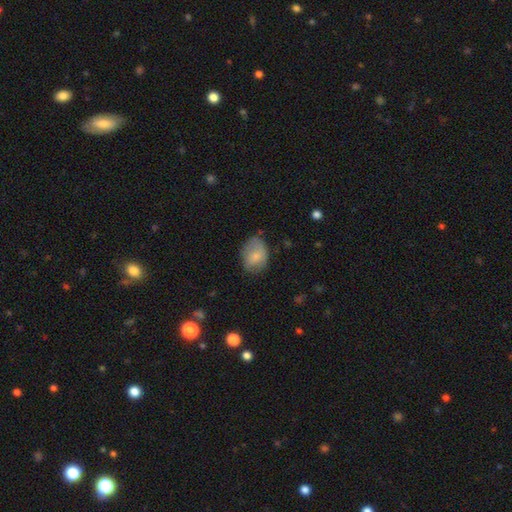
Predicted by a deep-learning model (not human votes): A smooth galaxy with no disk features (73%) that is in between round and cigar-shaped (71%).

Vote fractions:
- Smooth or featured? smooth: 73% / featured or disk: 20% / star or artifact: 7%
- How rounded? in between: 71% / round: 28% / cigar-shaped: 1%
- Merging? none: 58% / minor disturbance: 31% / major disturbance: 9% / merger: 2%